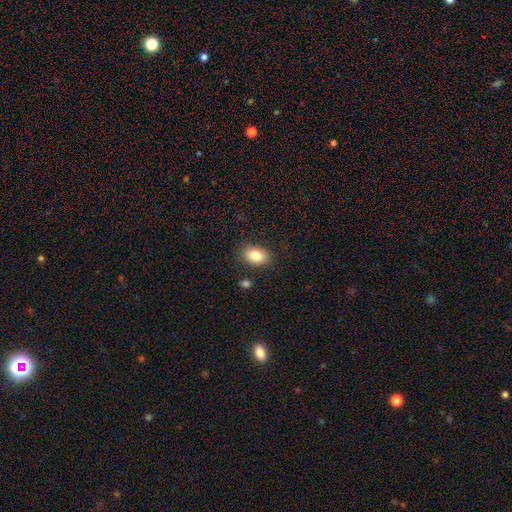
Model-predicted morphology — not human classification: Smooth or featured?
  - smooth: 83% *
  - featured or disk: 9%
  - star or artifact: 8%
How rounded?
  - in between: 81% *
  - round: 17%
  - cigar-shaped: 1%
Merging?
  - none: 84% *
  - minor disturbance: 11%
  - major disturbance: 3%
  - merger: 3%